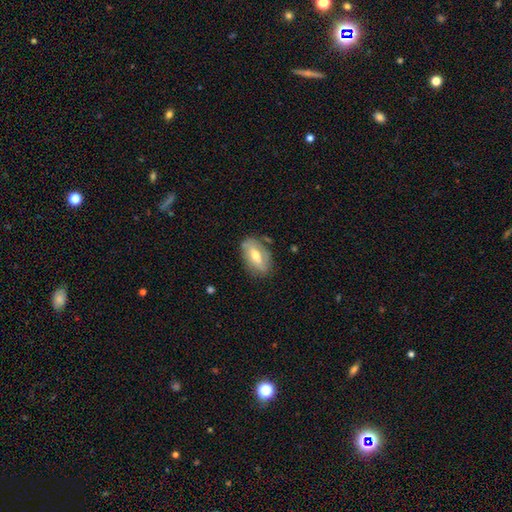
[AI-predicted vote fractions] A featured or disk galaxy (47%).

Vote fractions:
- Smooth or featured? featured or disk: 47% / smooth: 45% / star or artifact: 7%
- Merging? none: 74% / minor disturbance: 19% / major disturbance: 5% / merger: 3%